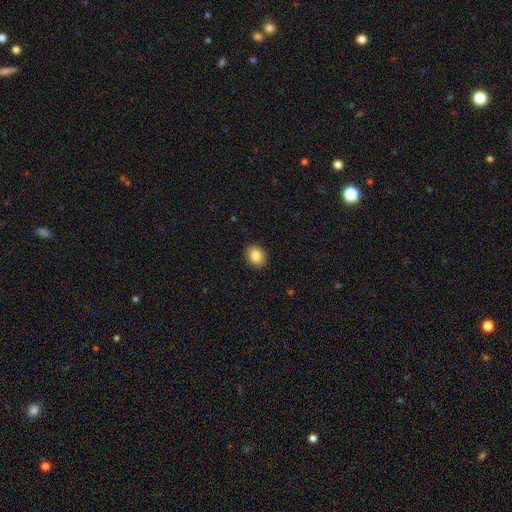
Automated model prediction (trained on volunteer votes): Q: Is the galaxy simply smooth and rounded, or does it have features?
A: smooth — 86%.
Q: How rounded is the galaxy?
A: round — 60%.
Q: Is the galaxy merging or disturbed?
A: none — 90%.